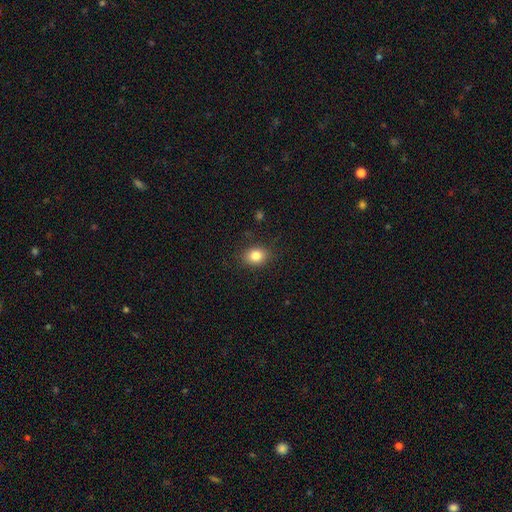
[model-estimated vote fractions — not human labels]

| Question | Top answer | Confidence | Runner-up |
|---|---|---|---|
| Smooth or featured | smooth | 83% | star or artifact (10%) |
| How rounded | in between | 57% | round (42%) |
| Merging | none | 86% | minor disturbance (10%) |